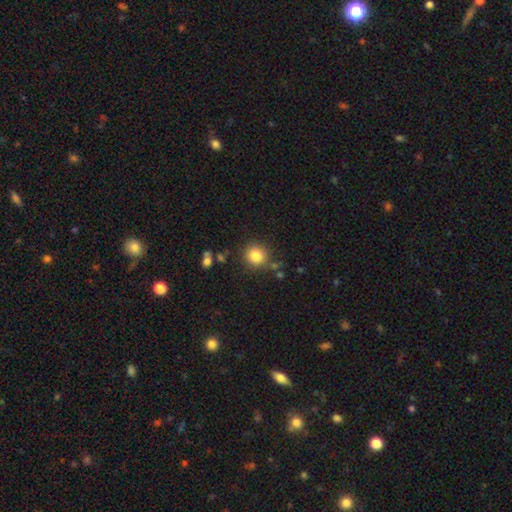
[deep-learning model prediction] smooth-or-featured: smooth: 83% | star or artifact: 11% | featured or disk: 6%
  how-rounded: round: 92% | in between: 7% | cigar-shaped: 1%
  merging: none: 84% | minor disturbance: 9% | merger: 4% | major disturbance: 3%